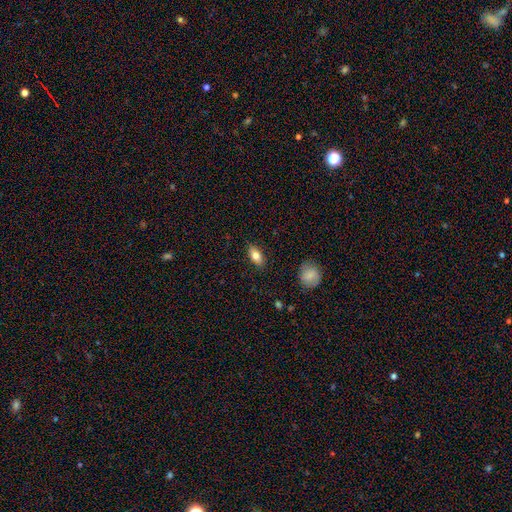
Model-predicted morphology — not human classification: Smooth or featured? smooth (79%)
How rounded? in between (87%)
Merging? none (88%)